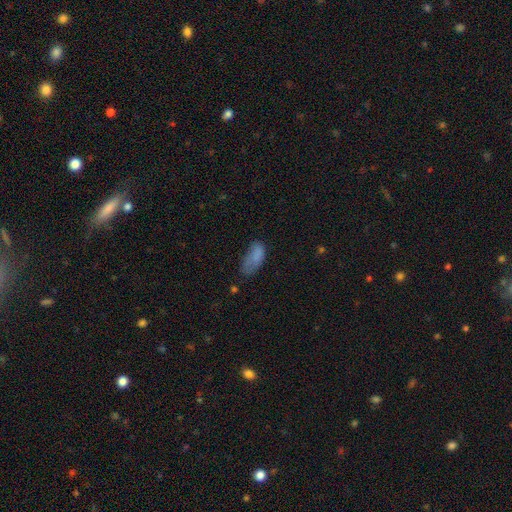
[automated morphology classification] smooth_or_featured: smooth (p=0.78) [alt: featured or disk p=0.12]
how_rounded: in between (p=0.88) [alt: cigar-shaped p=0.10]
merging: none (p=0.38) [alt: minor disturbance p=0.35]